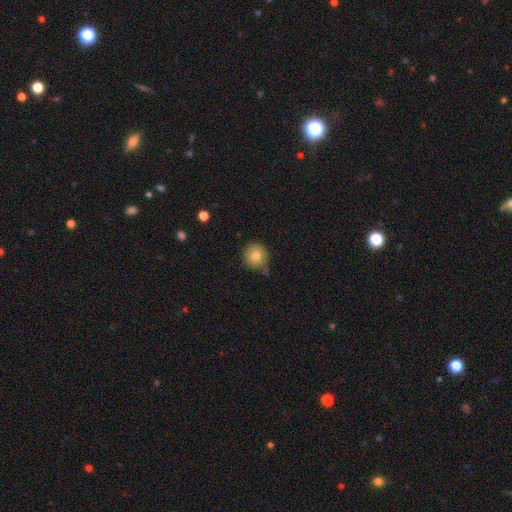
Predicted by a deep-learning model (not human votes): smooth-or-featured: smooth: 81% | star or artifact: 10% | featured or disk: 10%
  how-rounded: round: 93% | in between: 6% | cigar-shaped: 1%
  merging: none: 77% | minor disturbance: 15% | merger: 5% | major disturbance: 3%